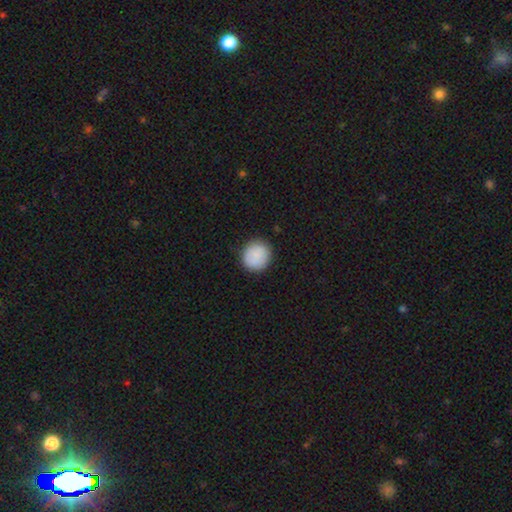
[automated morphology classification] smooth_or_featured: smooth (p=0.88) [alt: star or artifact p=0.07]
how_rounded: round (p=0.88) [alt: in between p=0.11]
merging: none (p=0.89) [alt: minor disturbance p=0.08]